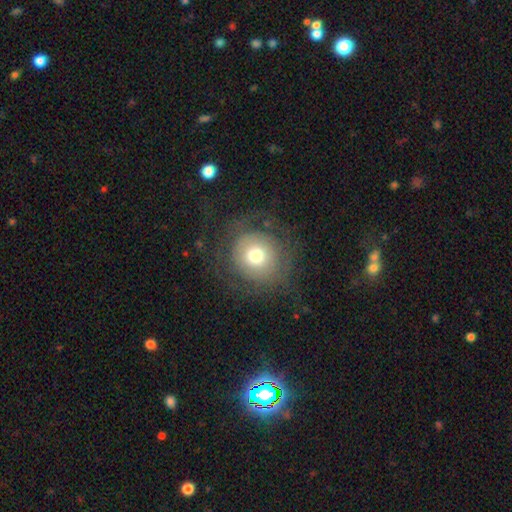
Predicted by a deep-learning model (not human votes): Q: Smooth or featured?
A: smooth (49%); runner-up: featured or disk (41%)
Q: Merging?
A: none (70%); runner-up: major disturbance (16%)